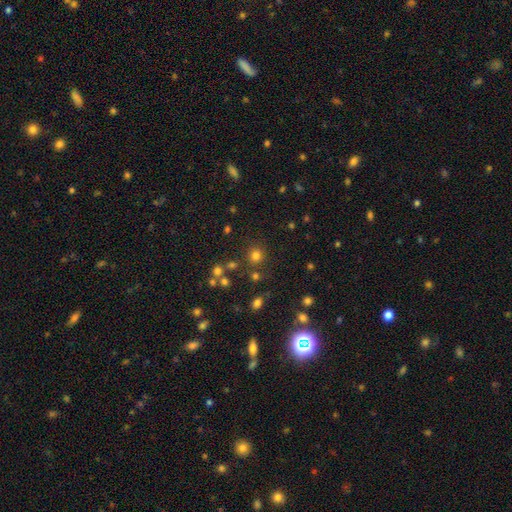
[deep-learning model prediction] Smooth or featured? smooth (76%)
How rounded? round (91%)
Merging? none (82%)